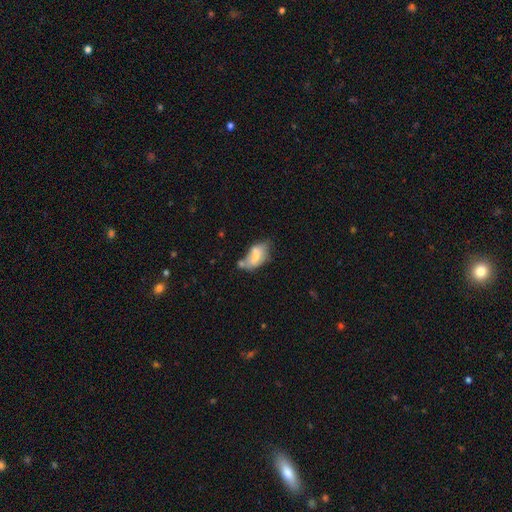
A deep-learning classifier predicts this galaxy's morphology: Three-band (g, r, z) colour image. It shows a smooth galaxy with no disk features (61%) that is in between round and cigar-shaped (91%). Merging: none (33%).